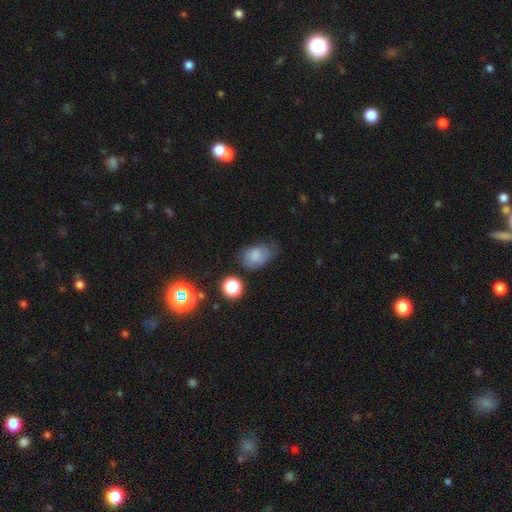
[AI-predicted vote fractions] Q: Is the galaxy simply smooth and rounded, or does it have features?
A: smooth — 75%.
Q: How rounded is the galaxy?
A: in between — 78%.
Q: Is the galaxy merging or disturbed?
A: none — 48%.